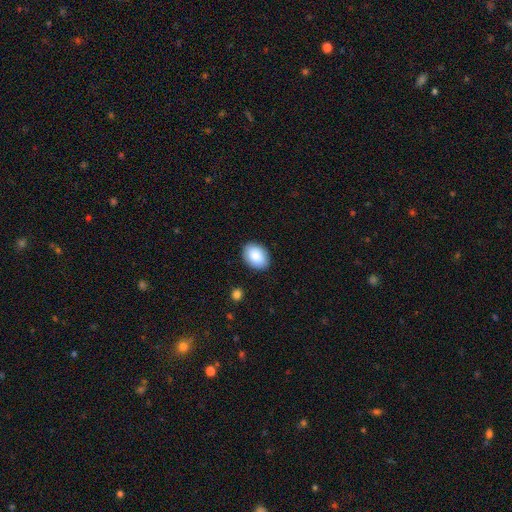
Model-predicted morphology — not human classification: Smooth or featured: smooth — 89% (star or artifact — 6%)
How rounded: in between — 82% (round — 17%)
Merging: none — 88% (minor disturbance — 9%)